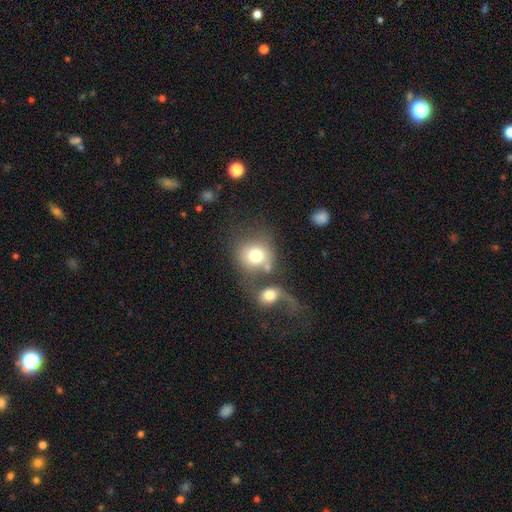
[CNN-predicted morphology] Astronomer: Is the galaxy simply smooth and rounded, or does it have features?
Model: smooth — 71%.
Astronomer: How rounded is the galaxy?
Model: round — 79%.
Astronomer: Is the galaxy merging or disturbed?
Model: merger — 43% (runner-up: none, 32%).